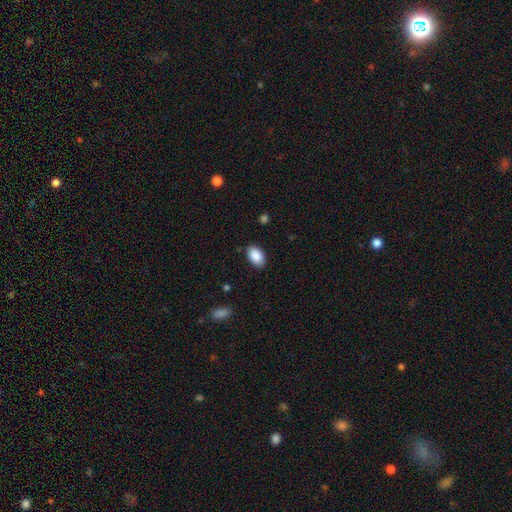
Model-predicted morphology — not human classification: A smooth galaxy with no disk features (90%) that is in between round and cigar-shaped (91%).

Vote fractions:
- Smooth or featured? smooth: 90% / star or artifact: 7% / featured or disk: 4%
- How rounded? in between: 91% / round: 8% / cigar-shaped: 1%
- Merging? none: 87% / minor disturbance: 10% / major disturbance: 2% / merger: 1%